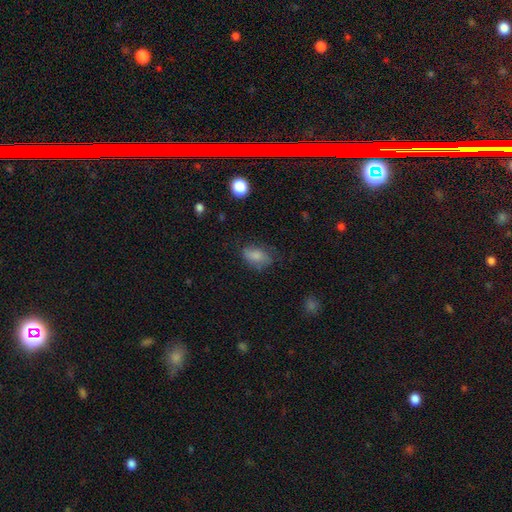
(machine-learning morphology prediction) Smooth or featured: smooth — 79% (featured or disk — 13%)
How rounded: in between — 88% (round — 9%)
Merging: none — 61% (minor disturbance — 27%)